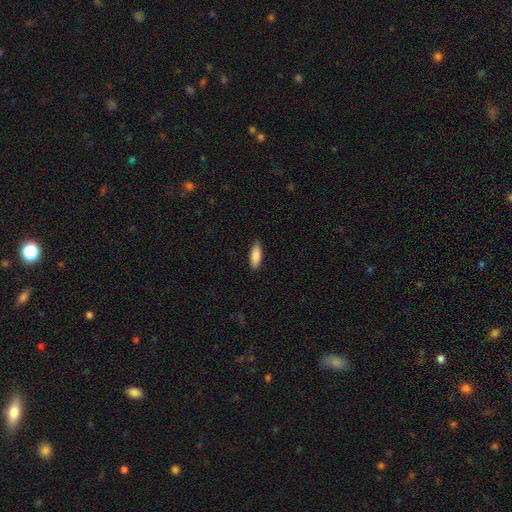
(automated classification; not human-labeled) Morphology: type=smooth (85%); roundness=in between (60%); merging=none (84%).